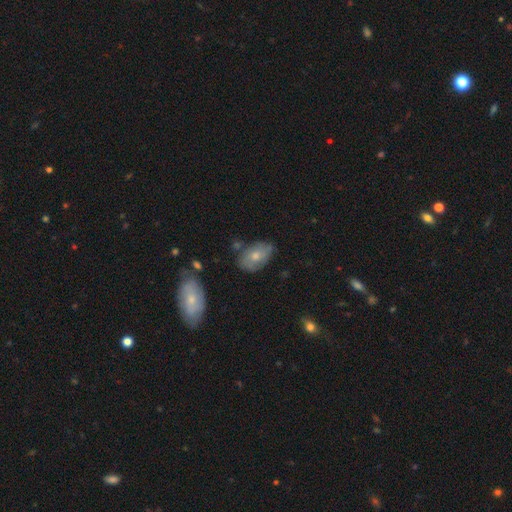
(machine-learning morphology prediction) smooth-or-featured: smooth: 62% | featured or disk: 31% | star or artifact: 7%
  how-rounded: in between: 86% | round: 13% | cigar-shaped: 2%
  merging: none: 62% | minor disturbance: 26% | major disturbance: 7% | merger: 5%